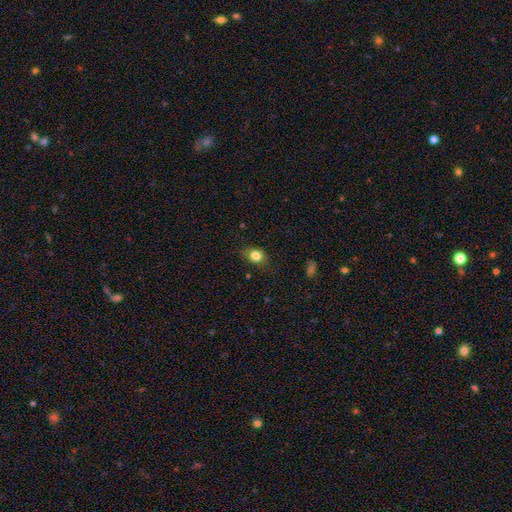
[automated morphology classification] Smooth or featured? Predicted: smooth (p=0.81). How rounded? Predicted: round (p=0.53). Merging? Predicted: none (p=0.74).